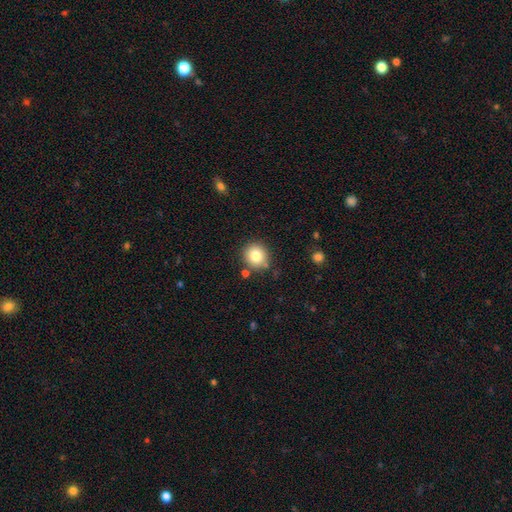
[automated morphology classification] Smooth or featured? smooth (81%)
How rounded? round (91%)
Merging? none (84%)